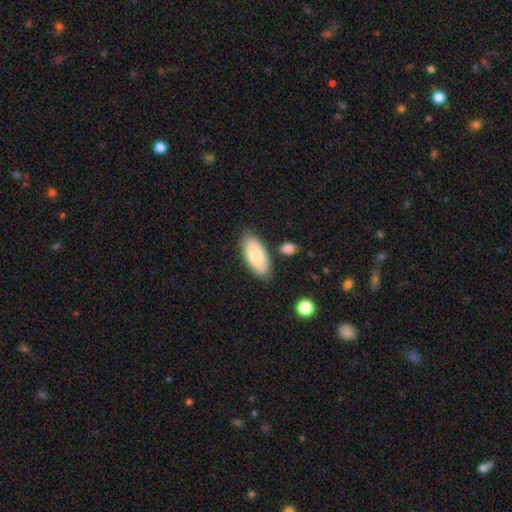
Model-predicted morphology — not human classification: Smooth or featured? smooth (76%)
How rounded? in between (91%)
Merging? none (76%)